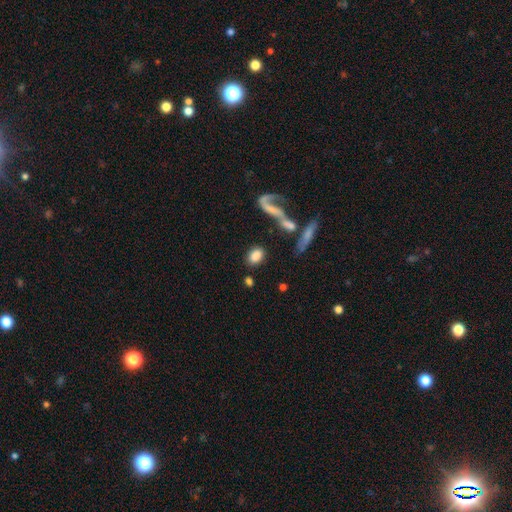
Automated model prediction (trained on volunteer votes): Smooth or featured? smooth (82%)
How rounded? in between (82%)
Merging? none (72%)